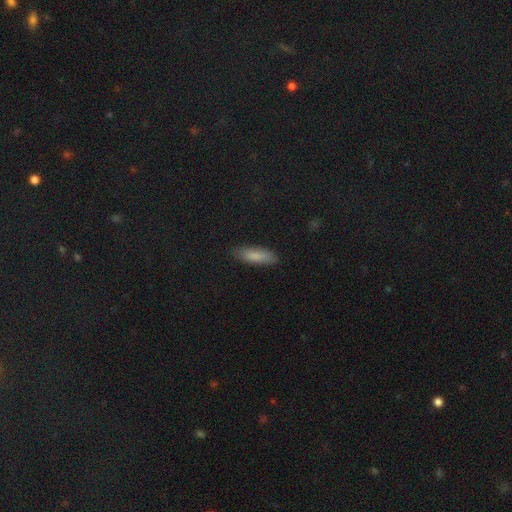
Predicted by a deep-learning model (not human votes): Overall: smooth (84%). How rounded: cigar-shaped (51%; in between 47%). Merging: none (86%).